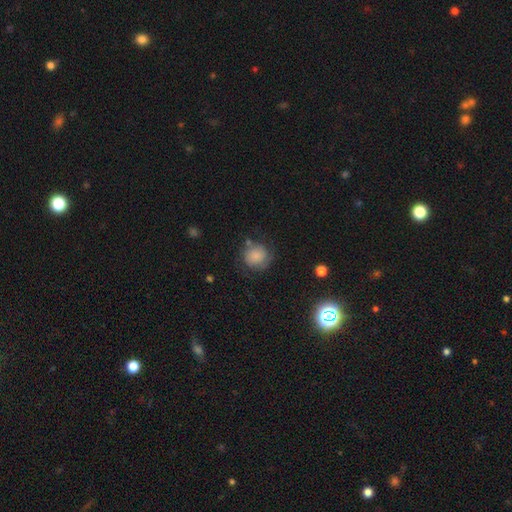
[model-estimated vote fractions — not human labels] A smooth galaxy with no disk features (75%) that is round (90%).

Vote fractions:
- Smooth or featured? smooth: 75% / featured or disk: 16% / star or artifact: 9%
- How rounded? round: 90% / in between: 9% / cigar-shaped: 1%
- Merging? none: 66% / minor disturbance: 20% / major disturbance: 9% / merger: 4%